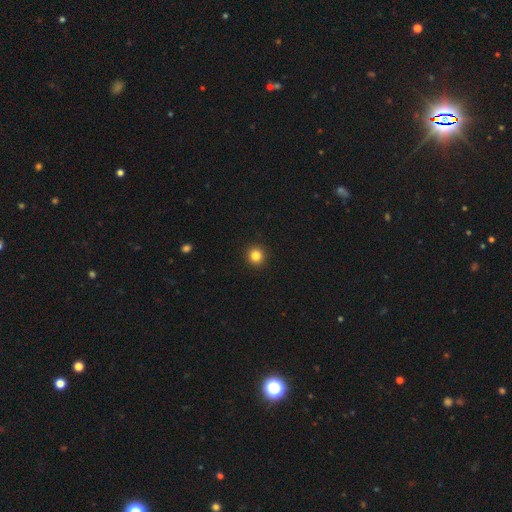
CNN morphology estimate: This is clearly a smooth galaxy (84%). How rounded: clearly round (95%). Merging: clearly none (93%).